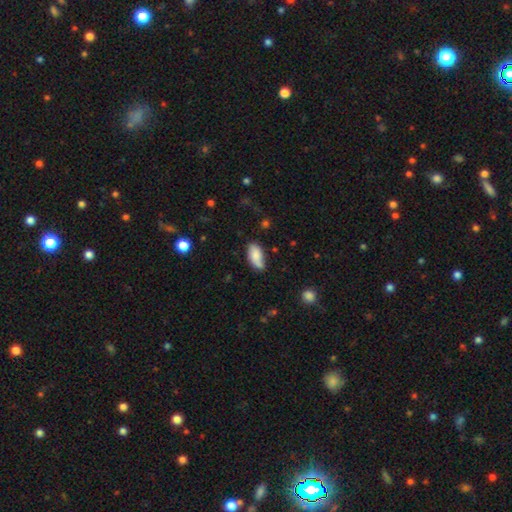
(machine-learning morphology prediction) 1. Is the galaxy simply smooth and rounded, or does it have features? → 71% smooth, 22% featured or disk, 7% star or artifact.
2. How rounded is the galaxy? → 91% in between, 6% cigar-shaped, 3% round.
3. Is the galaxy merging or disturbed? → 63% none, 27% minor disturbance, 6% major disturbance, 4% merger.